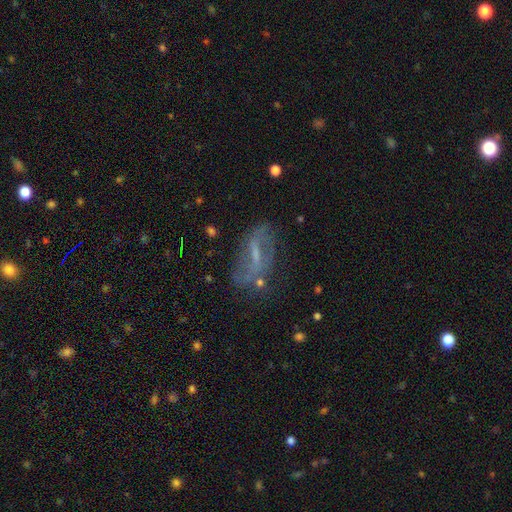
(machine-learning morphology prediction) A featured or disk galaxy (65%) with a weak bar (41%), spiral arms (69%) and a small central bulge (45%). Merging: none (61%).